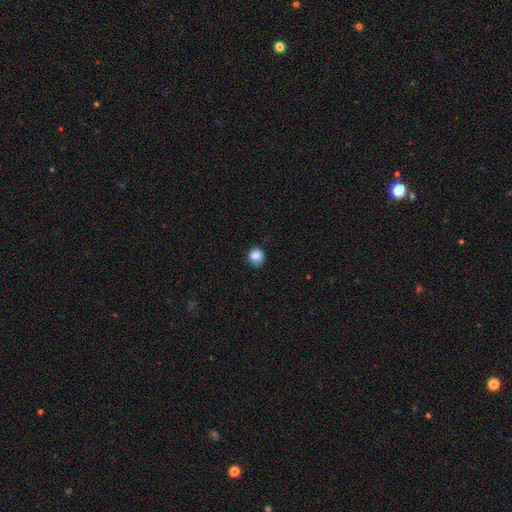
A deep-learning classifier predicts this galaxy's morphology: Q: Smooth or featured?
A: smooth (86%); runner-up: star or artifact (9%)
Q: How rounded?
A: round (84%); runner-up: in between (15%)
Q: Merging?
A: none (70%); runner-up: minor disturbance (23%)